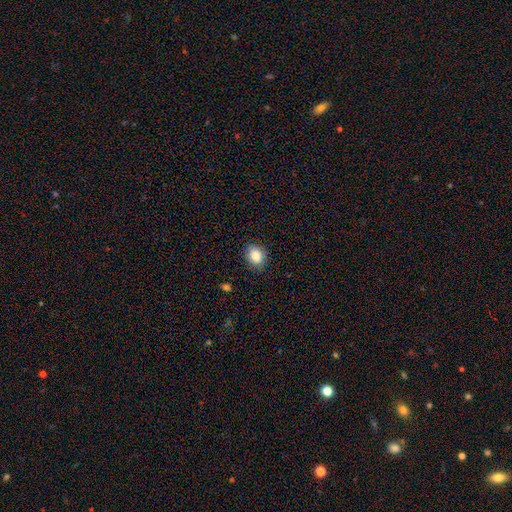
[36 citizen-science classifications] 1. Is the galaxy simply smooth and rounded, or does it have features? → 89% smooth, 8% featured or disk, 3% star or artifact.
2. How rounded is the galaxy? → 50% in between, 47% round, 3% cigar-shaped.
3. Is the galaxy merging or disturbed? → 89% none, 9% minor disturbance, 3% major disturbance, 0% merger.